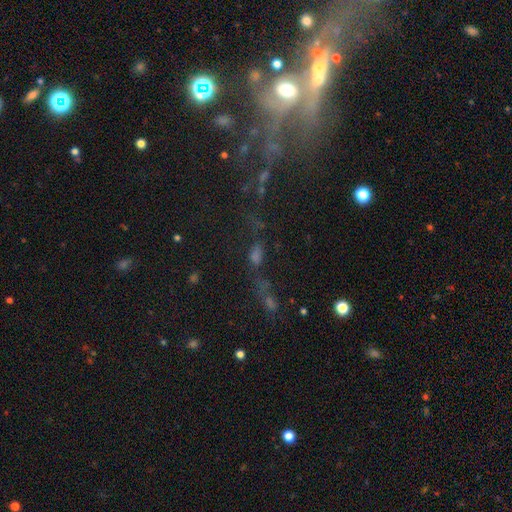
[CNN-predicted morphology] Smooth or featured: star or artifact — 45% (smooth — 35%)